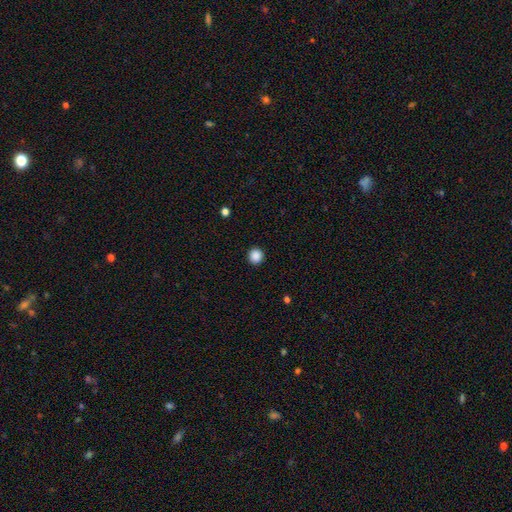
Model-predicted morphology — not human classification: smooth-or-featured: smooth: 88% | star or artifact: 10% | featured or disk: 2%
  how-rounded: round: 94% | in between: 5% | cigar-shaped: 1%
  merging: none: 93% | minor disturbance: 5% | major disturbance: 2% | merger: 1%